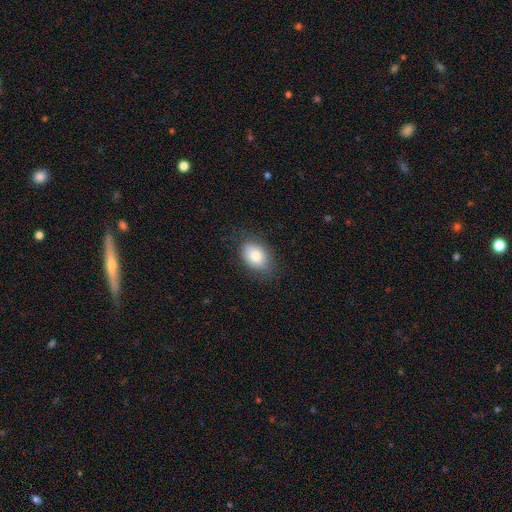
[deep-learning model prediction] A smooth galaxy with no disk features (79%) that is in between round and cigar-shaped (81%).

Vote fractions:
- Smooth or featured? smooth: 79% / featured or disk: 13% / star or artifact: 8%
- How rounded? in between: 81% / round: 18% / cigar-shaped: 1%
- Merging? none: 78% / minor disturbance: 16% / major disturbance: 5% / merger: 1%